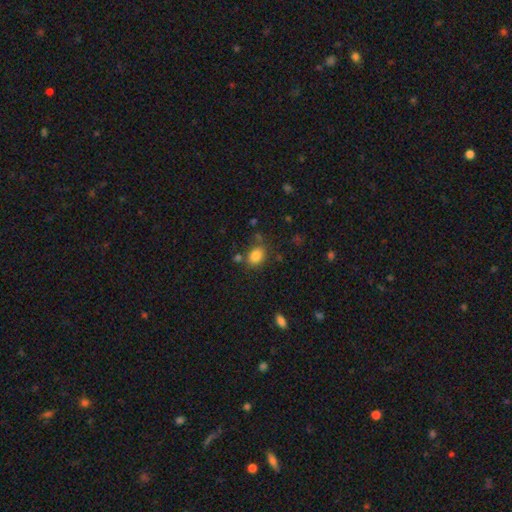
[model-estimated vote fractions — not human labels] The model was most divided on "how rounded": in between: 62%, round: 37%, cigar-shaped: 1%. More confident: smooth or featured — smooth (83%); merging — none (73%).